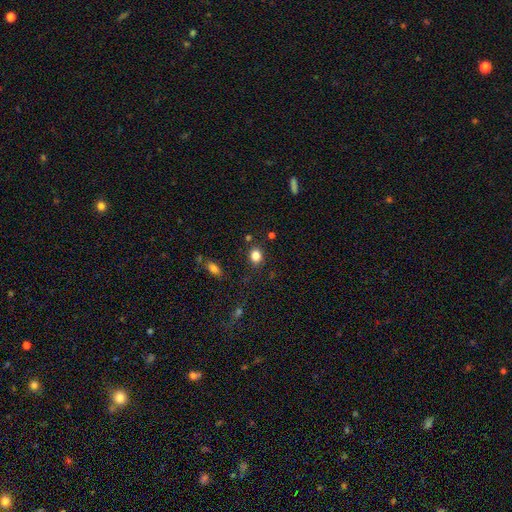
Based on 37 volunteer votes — smooth 89%, featured or disk 5%, star or artifact 5%. Down the decision tree: how rounded — round (79%); merging — none (89%).